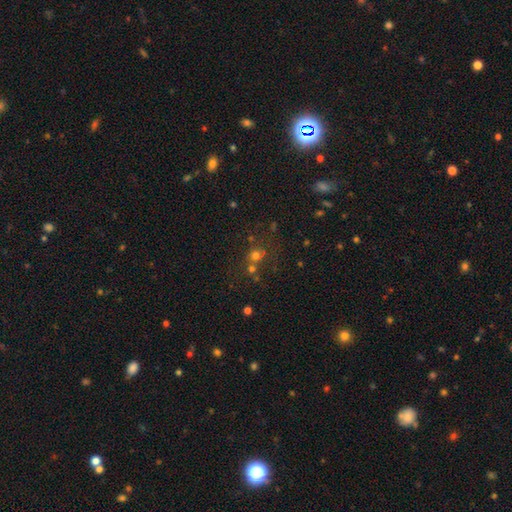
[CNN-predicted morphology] type=smooth (64%); roundness=round (85%); merging=none (56%).